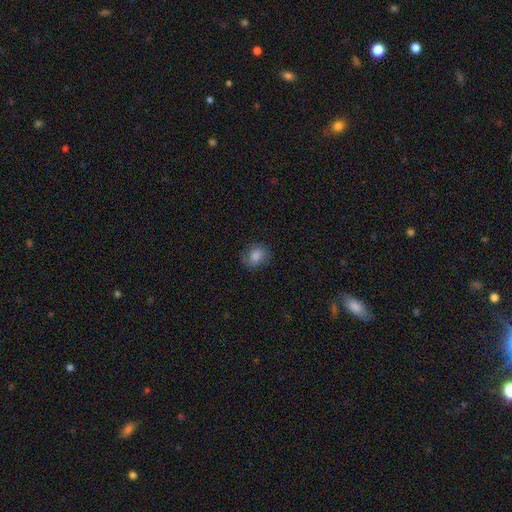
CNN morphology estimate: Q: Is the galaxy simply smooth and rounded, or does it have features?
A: smooth — 72%.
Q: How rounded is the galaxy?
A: round — 55%.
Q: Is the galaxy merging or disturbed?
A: none — 73%.